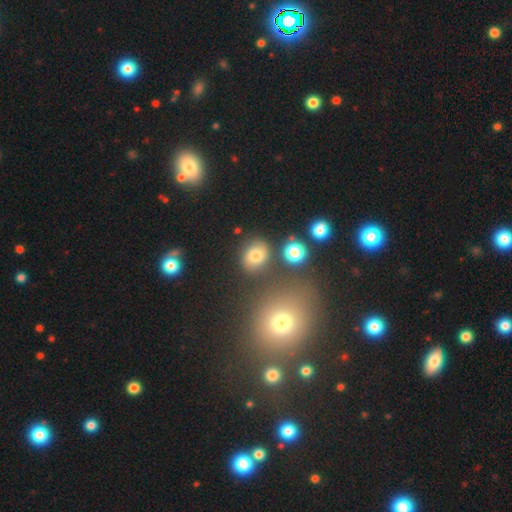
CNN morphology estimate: smooth 68%, featured or disk 16%, star or artifact 16%. Down the decision tree: how rounded — round (53%); merging — none (76%).